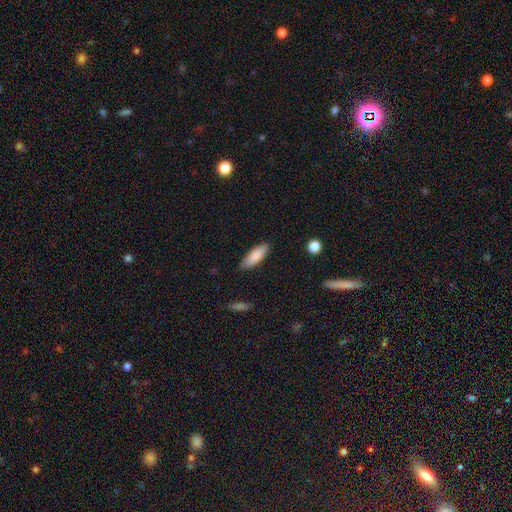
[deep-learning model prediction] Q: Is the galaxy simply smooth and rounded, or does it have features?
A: smooth — 85%.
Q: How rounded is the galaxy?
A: in between — 55%.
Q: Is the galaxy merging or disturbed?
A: none — 85%.